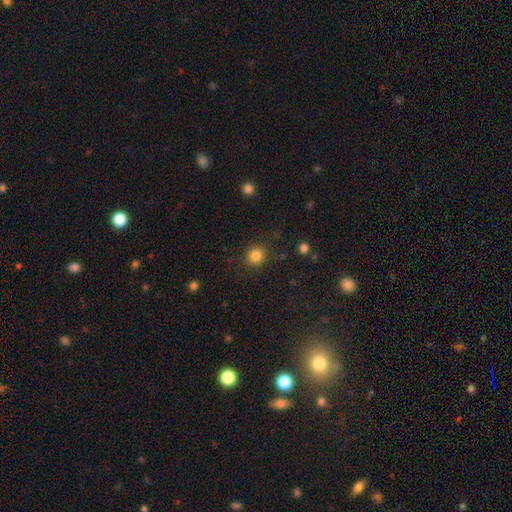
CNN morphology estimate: Smooth or featured? Predicted: smooth (p=0.84). How rounded? Predicted: round (p=0.88). Merging? Predicted: none (p=0.88).